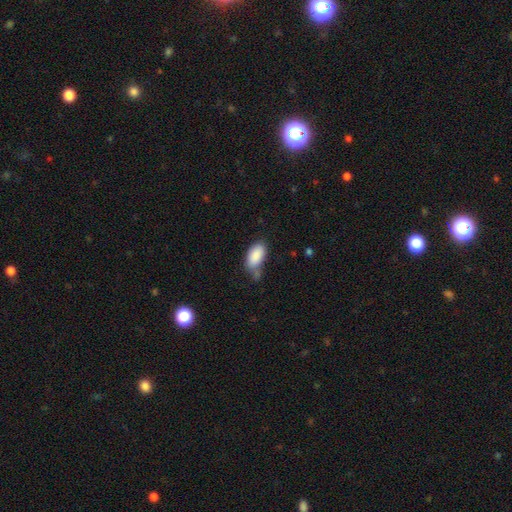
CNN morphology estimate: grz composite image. It shows a smooth galaxy with no disk features (88%) that is in between round and cigar-shaped (94%). Merging: none (50%).